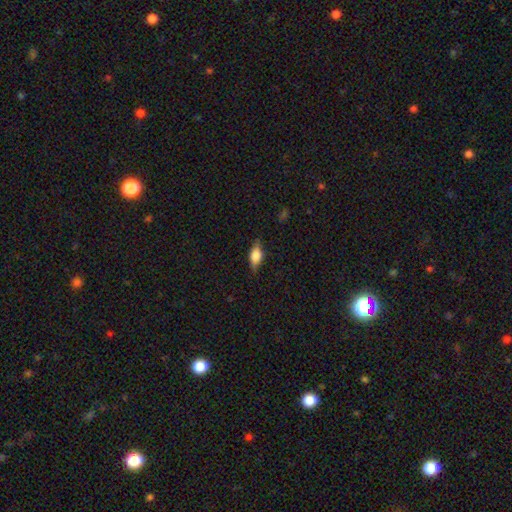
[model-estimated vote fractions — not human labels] Smooth or featured? smooth (63%)
How rounded? in between (80%)
Merging? none (78%)